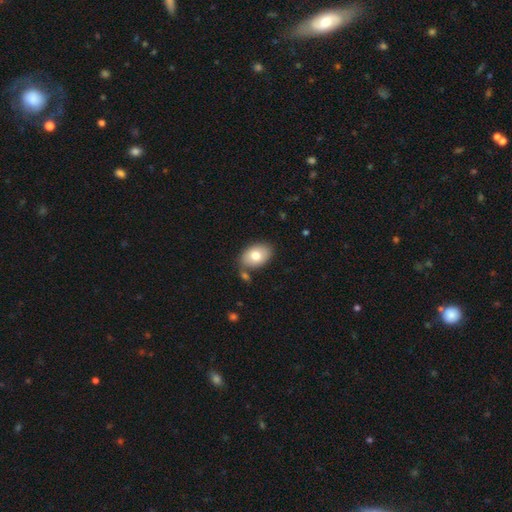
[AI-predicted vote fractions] Morphology: type=smooth (78%); roundness=in between (86%); merging=none (73%).